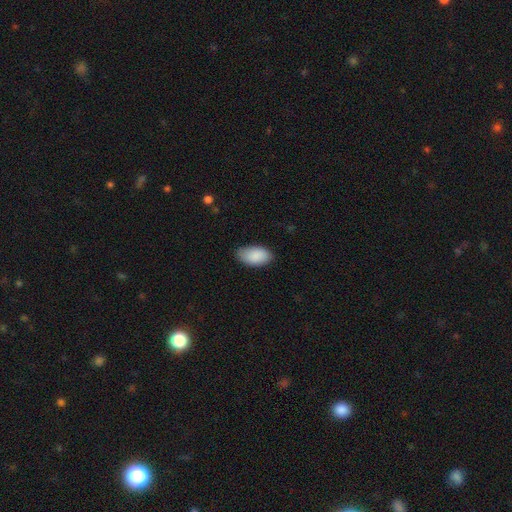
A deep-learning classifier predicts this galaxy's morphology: This is clearly a smooth galaxy (89%). How rounded: clearly in between (95%). Merging: clearly none (81%).